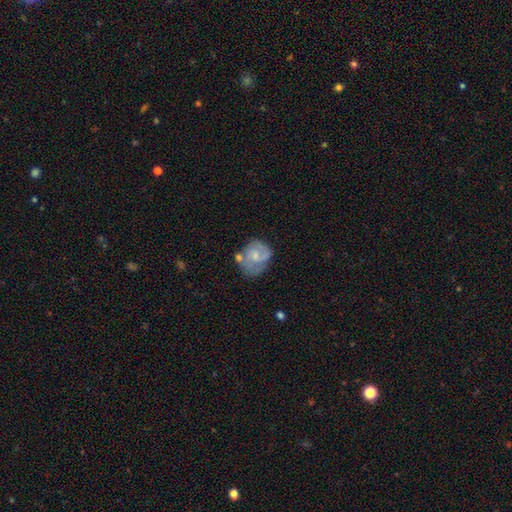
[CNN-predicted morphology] Smooth or featured? featured or disk (61%)
Edge-on disk? no (98%)
Bar? no (62%)
Spiral arms? yes (76%)
Bulge size? small (43%)
Merging? none (45%)